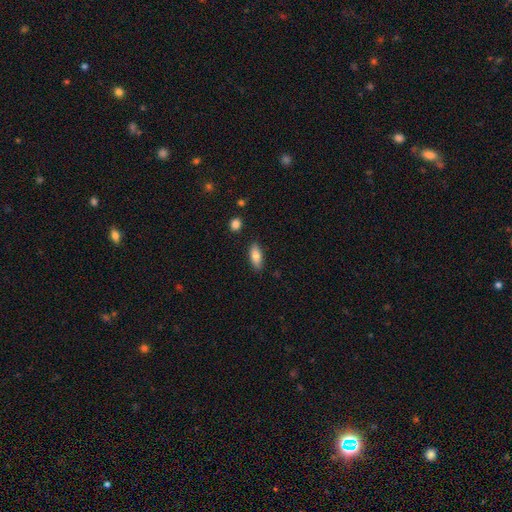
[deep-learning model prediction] Overall: smooth (82%). How rounded: in between (77%). Merging: none (85%).